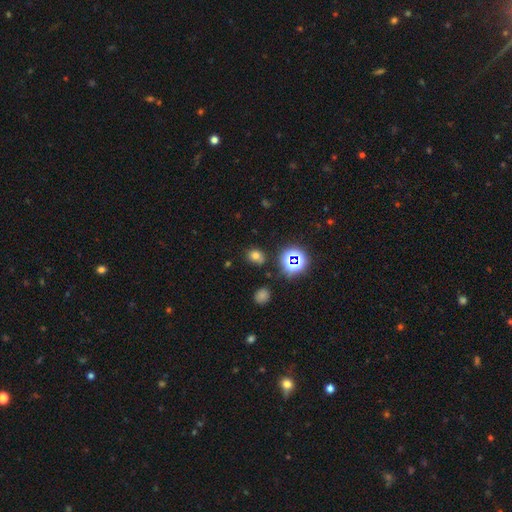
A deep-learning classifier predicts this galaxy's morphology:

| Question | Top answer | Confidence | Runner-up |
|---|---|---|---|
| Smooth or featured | smooth | 64% | star or artifact (27%) |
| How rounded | round | 54% | in between (45%) |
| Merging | none | 76% | minor disturbance (15%) |